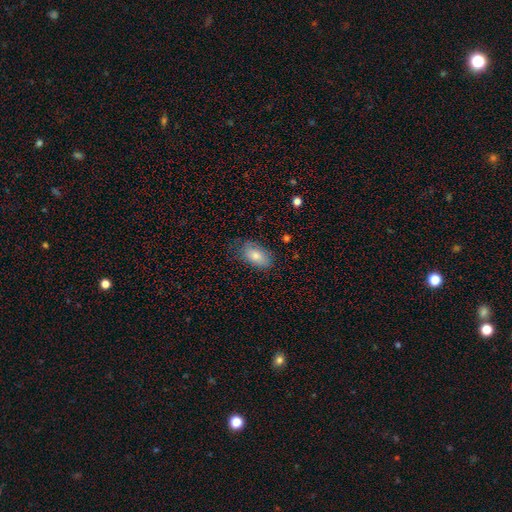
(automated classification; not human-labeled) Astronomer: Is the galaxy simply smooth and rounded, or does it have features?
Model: smooth — 81%.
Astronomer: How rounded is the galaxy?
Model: in between — 92%.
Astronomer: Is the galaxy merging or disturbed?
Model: none — 73%.